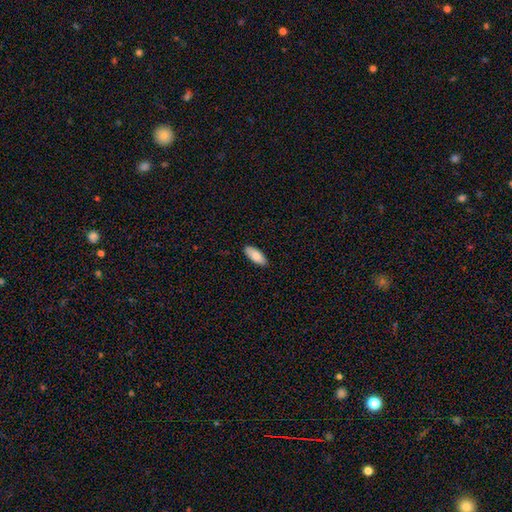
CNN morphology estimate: This appears to be a smooth galaxy with no disk features (85%) that is in between round and cigar-shaped (83%). Merging: none (88%).